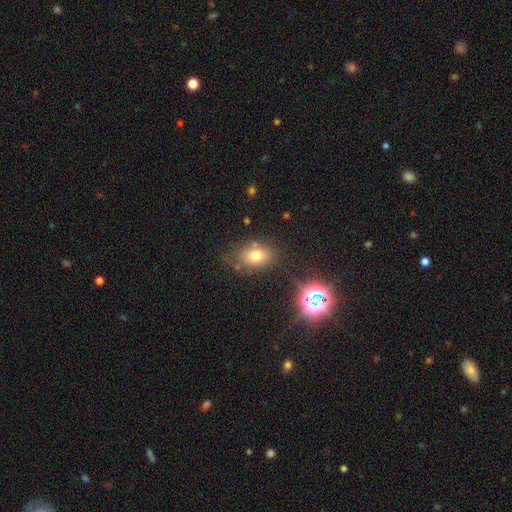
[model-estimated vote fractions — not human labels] This appears to be a smooth galaxy with no disk features (72%) that is in between round and cigar-shaped (73%). Merging: none (74%).